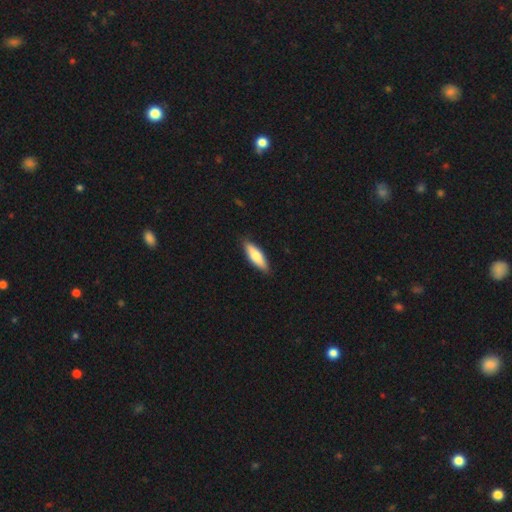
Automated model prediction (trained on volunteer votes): The model was most divided on "how rounded": in between: 52%, cigar-shaped: 46%, round: 2%. More confident: merging — none (87%); smooth or featured — smooth (75%).